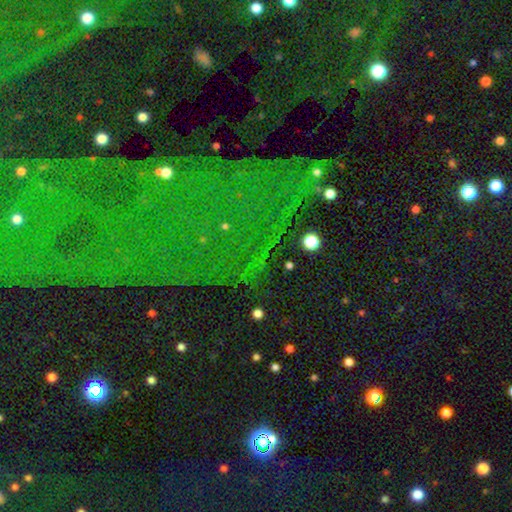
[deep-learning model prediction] Overall: star or artifact (79%).